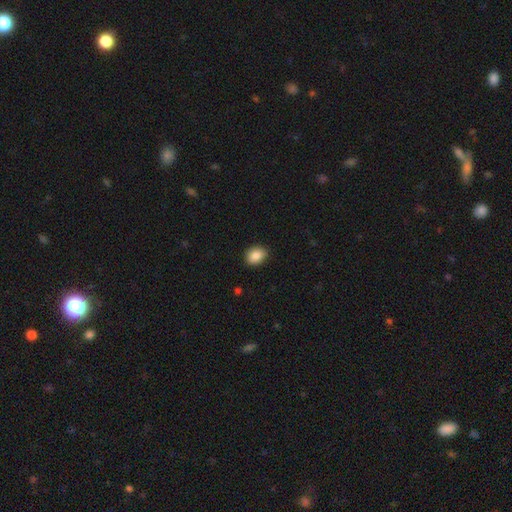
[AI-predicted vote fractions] Smooth or featured: smooth — 86% (star or artifact — 8%)
How rounded: in between — 58% (round — 41%)
Merging: none — 88% (minor disturbance — 9%)